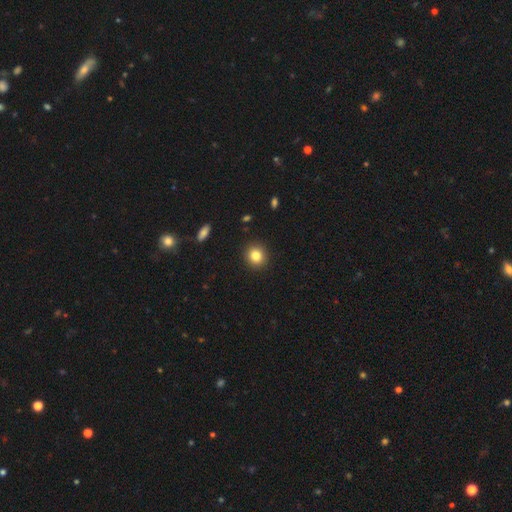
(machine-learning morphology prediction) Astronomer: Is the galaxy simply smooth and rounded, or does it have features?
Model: smooth — 83%.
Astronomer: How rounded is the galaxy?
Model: round — 87%.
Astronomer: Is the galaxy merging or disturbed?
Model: none — 92%.